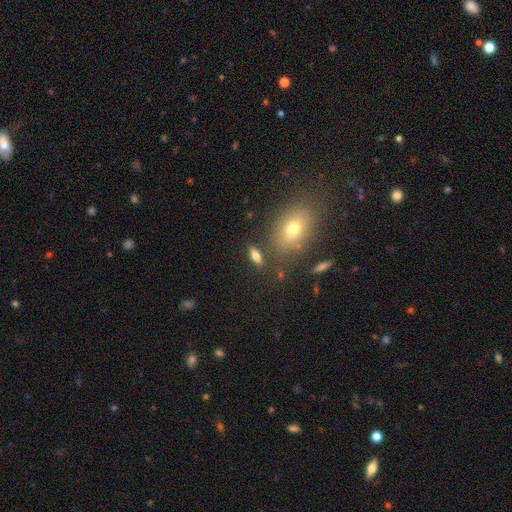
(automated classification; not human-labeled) Morphology: type=smooth (74%); roundness=in between (72%); merging=none (78%).